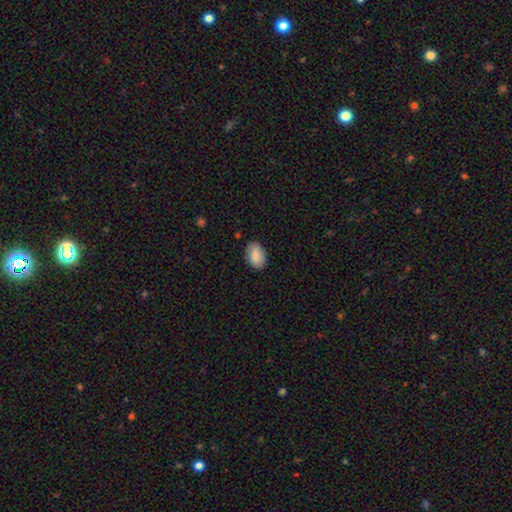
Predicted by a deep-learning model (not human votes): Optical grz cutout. It shows a smooth galaxy with no disk features (85%) that is in between round and cigar-shaped (90%). Merging: none (84%).